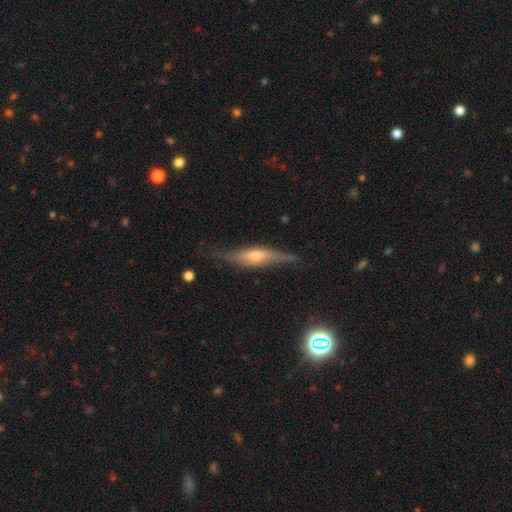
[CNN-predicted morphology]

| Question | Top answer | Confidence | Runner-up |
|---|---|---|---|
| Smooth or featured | featured or disk | 70% | smooth (23%) |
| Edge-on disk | yes | 91% | no (9%) |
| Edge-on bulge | rounded | 78% | boxy (15%) |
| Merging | none | 73% | minor disturbance (19%) |